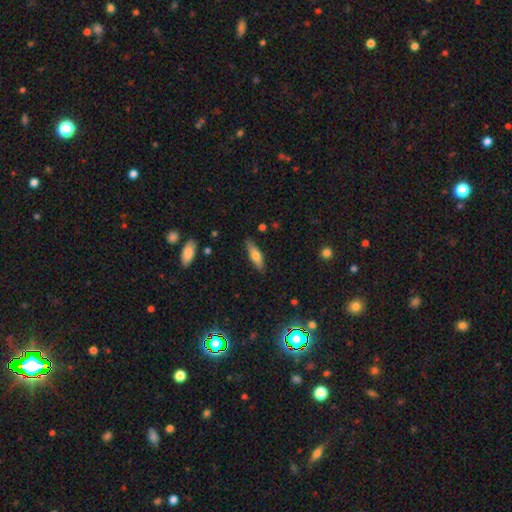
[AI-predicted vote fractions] A smooth galaxy with no disk features (65%) that is cigar-shaped (52%).

Vote fractions:
- Smooth or featured? smooth: 65% / featured or disk: 29% / star or artifact: 7%
- How rounded? cigar-shaped: 52% / in between: 45% / round: 2%
- Merging? none: 84% / minor disturbance: 12% / major disturbance: 2% / merger: 1%